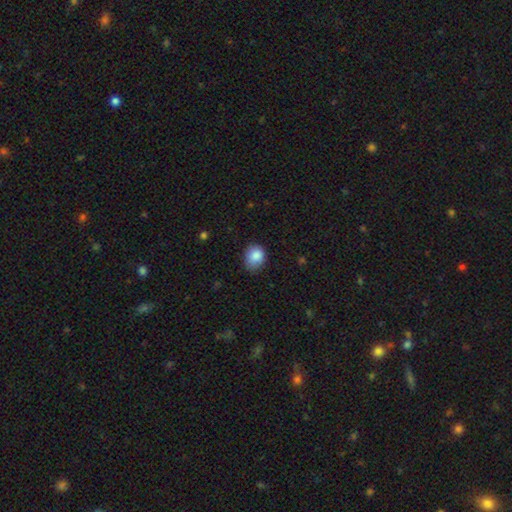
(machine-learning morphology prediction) smooth-or-featured: smooth: 87% | star or artifact: 8% | featured or disk: 5%
  how-rounded: round: 56% | in between: 43% | cigar-shaped: 1%
  merging: none: 67% | minor disturbance: 27% | major disturbance: 4% | merger: 1%